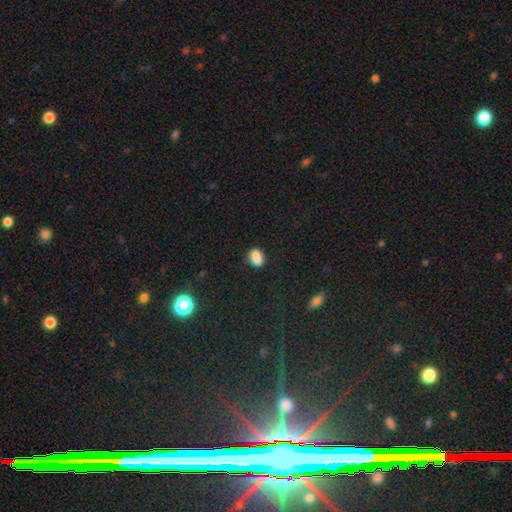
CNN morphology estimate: Smooth or featured? Predicted: smooth (p=0.83). How rounded? Predicted: in between (p=0.72). Merging? Predicted: none (p=0.71).